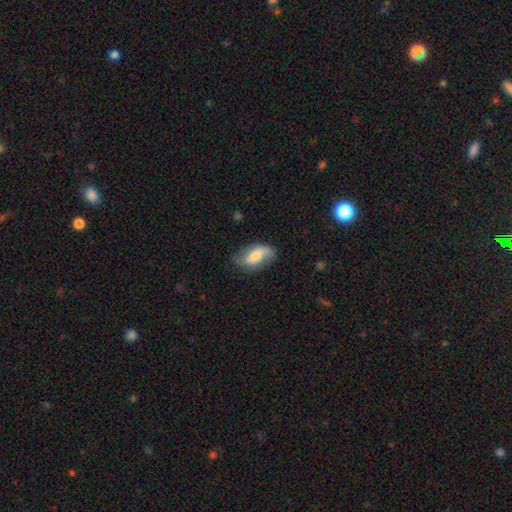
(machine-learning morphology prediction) This is possibly a smooth galaxy (47%). Merging: likely none (63%).